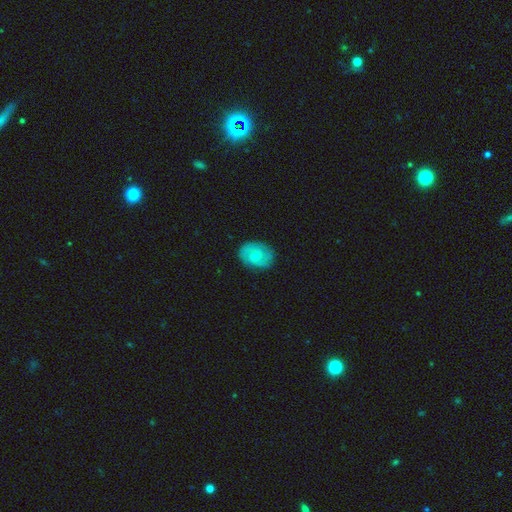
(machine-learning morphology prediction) smooth-or-featured: featured or disk: 56% | smooth: 38% | star or artifact: 7%
  disk-edge-on: no: 97% | yes: 3%
    bar: no: 57% | weak: 37% | strong: 5%
    has-spiral-arms: yes: 85% | no: 15%
    bulge-size: small: 53% | moderate: 41% | none: 3% | large: 2% | dominant: 1%
  merging: none: 83% | minor disturbance: 13% | major disturbance: 3% | merger: 1%